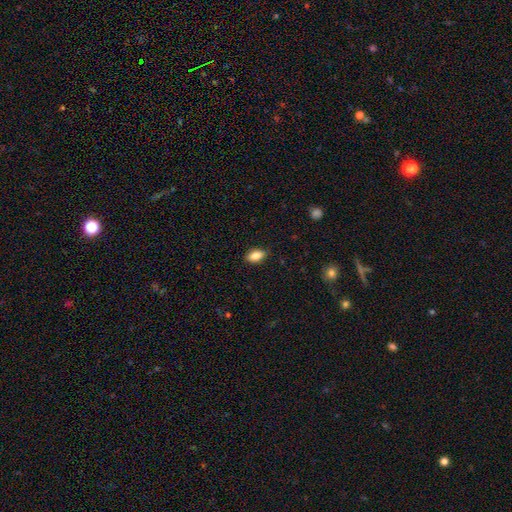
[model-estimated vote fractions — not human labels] Smooth or featured?
  - smooth: 84% *
  - featured or disk: 8%
  - star or artifact: 8%
How rounded?
  - in between: 89% *
  - cigar-shaped: 6%
  - round: 5%
Merging?
  - none: 87% *
  - minor disturbance: 10%
  - major disturbance: 2%
  - merger: 1%